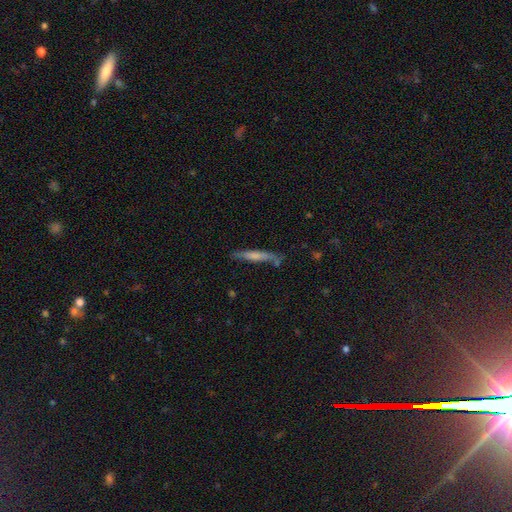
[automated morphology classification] Smooth or featured?
  - smooth: 57% *
  - featured or disk: 36%
  - star or artifact: 7%
How rounded?
  - cigar-shaped: 93% *
  - in between: 5%
  - round: 2%
Merging?
  - none: 73% *
  - minor disturbance: 18%
  - merger: 5%
  - major disturbance: 4%